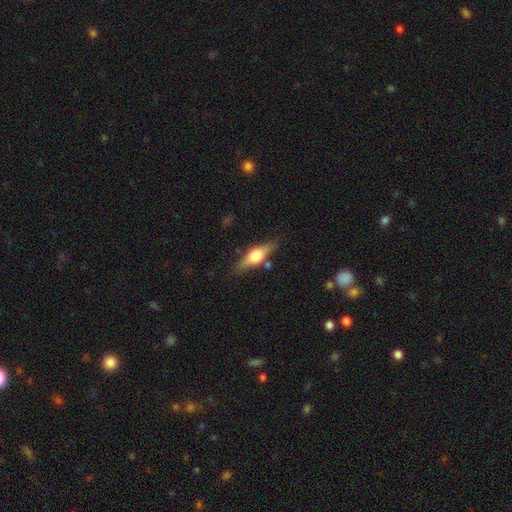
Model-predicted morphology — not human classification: smooth-or-featured: featured or disk: 57% | smooth: 36% | star or artifact: 7%
  disk-edge-on: yes: 94% | no: 6%
    edge-on-bulge: rounded: 91% | boxy: 7% | none: 2%
  merging: none: 80% | minor disturbance: 13% | merger: 4% | major disturbance: 3%